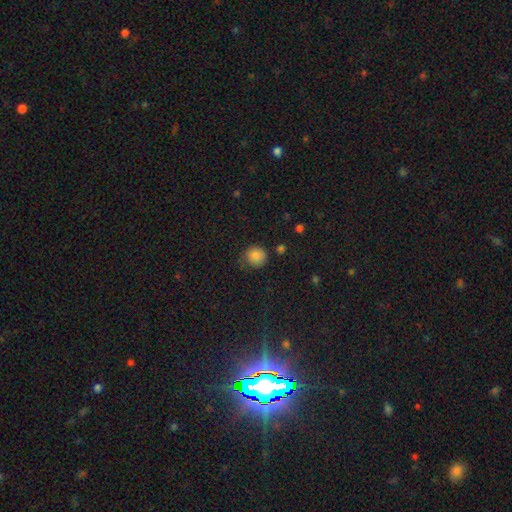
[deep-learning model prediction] The model was most divided on "merging": none: 69%, minor disturbance: 22%, major disturbance: 6%, merger: 2%. More confident: how rounded — round (90%); smooth or featured — smooth (84%).